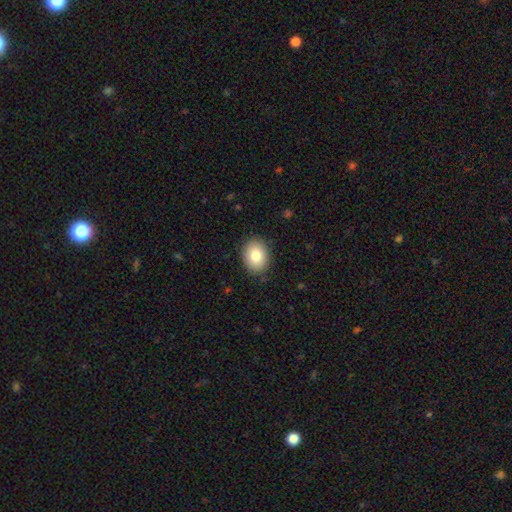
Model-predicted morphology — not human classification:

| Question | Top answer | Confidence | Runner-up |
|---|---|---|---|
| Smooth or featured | smooth | 82% | featured or disk (10%) |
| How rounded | in between | 60% | round (39%) |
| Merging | none | 87% | minor disturbance (10%) |